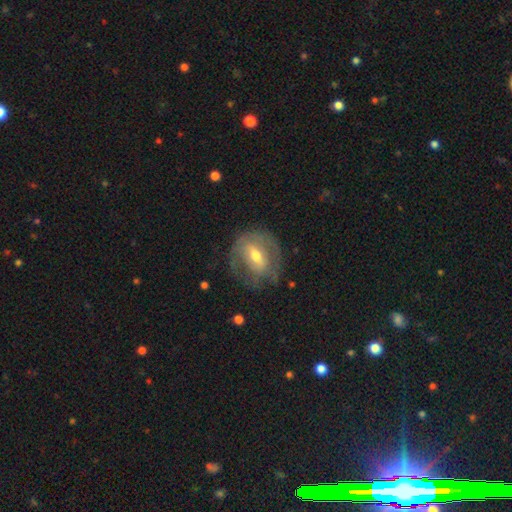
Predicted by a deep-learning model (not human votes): A featured or disk galaxy (64%) with a weak bar (45%), spiral arms (58%) and a moderate central bulge (67%). Merging: none (60%).